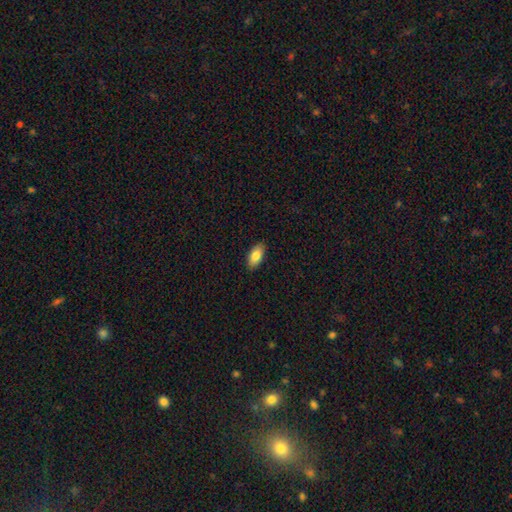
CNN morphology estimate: Smooth or featured?
  - smooth: 84% *
  - featured or disk: 9%
  - star or artifact: 7%
How rounded?
  - in between: 91% *
  - cigar-shaped: 6%
  - round: 3%
Merging?
  - none: 89% *
  - minor disturbance: 8%
  - major disturbance: 2%
  - merger: 1%